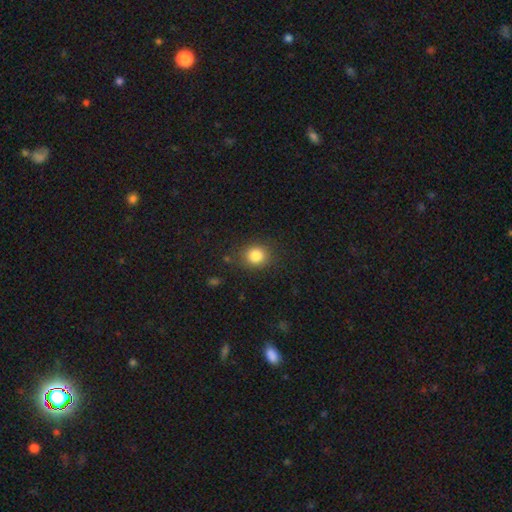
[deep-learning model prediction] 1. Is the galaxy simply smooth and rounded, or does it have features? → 83% smooth, 11% star or artifact, 5% featured or disk.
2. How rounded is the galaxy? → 79% round, 20% in between, 1% cigar-shaped.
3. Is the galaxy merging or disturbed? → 83% none, 11% minor disturbance, 4% major disturbance, 2% merger.